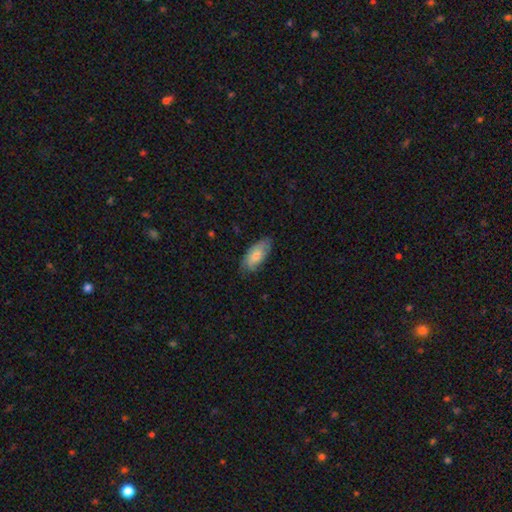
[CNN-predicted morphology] A smooth galaxy with no disk features (77%) that is in between round and cigar-shaped (88%). Merging: none (75%).